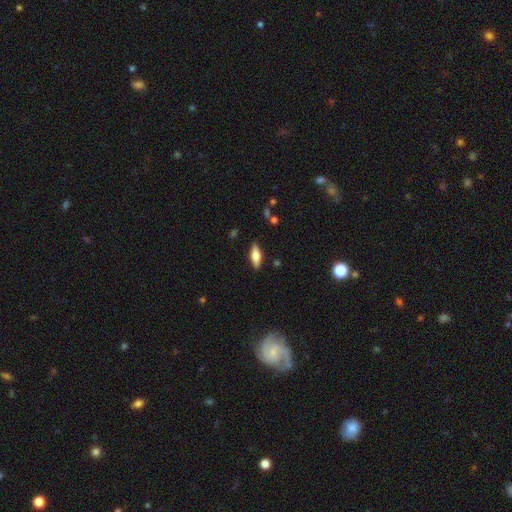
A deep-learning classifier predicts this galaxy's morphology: smooth 59%, featured or disk 34%, star or artifact 7%. Down the decision tree: how rounded — in between (65%); merging — none (87%).